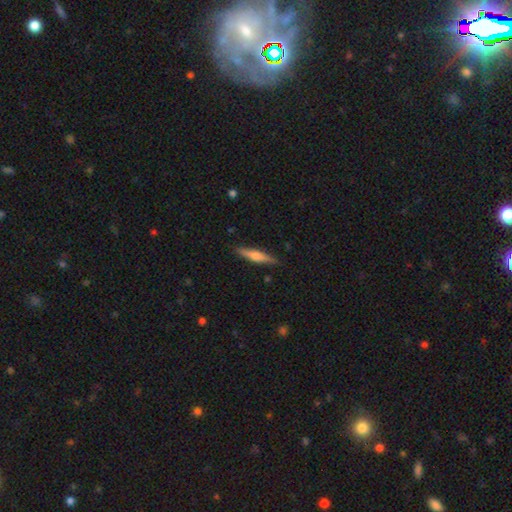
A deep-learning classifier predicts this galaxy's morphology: Smooth or featured? featured or disk (47%, tied with smooth)
Merging? none (89%)